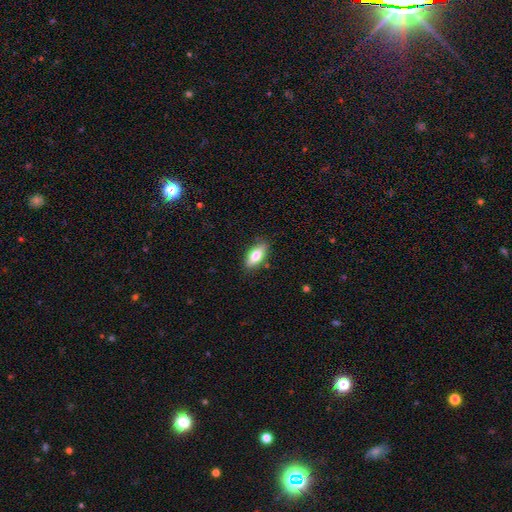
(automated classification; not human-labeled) Morphology: type=smooth (77%); roundness=in between (85%); merging=none (85%).